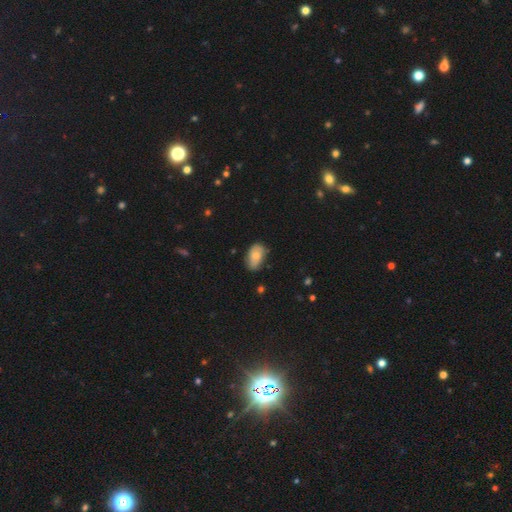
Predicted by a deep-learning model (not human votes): A smooth galaxy with no disk features (70%) that is in between round and cigar-shaped (90%). Merging: none (63%).